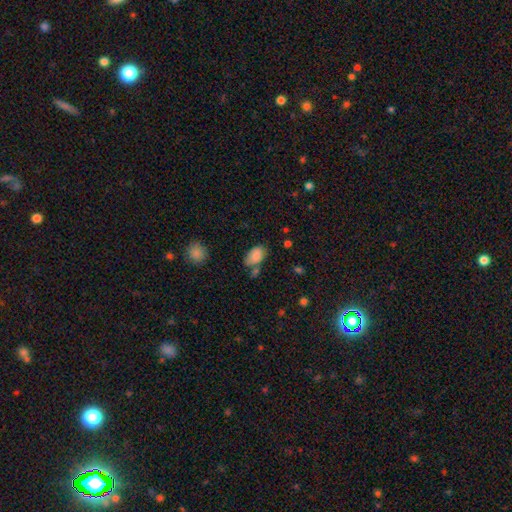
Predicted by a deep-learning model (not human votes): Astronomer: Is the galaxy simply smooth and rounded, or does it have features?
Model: smooth — 82%.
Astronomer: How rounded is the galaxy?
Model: in between — 91%.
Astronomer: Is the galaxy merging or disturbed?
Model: none — 59%.